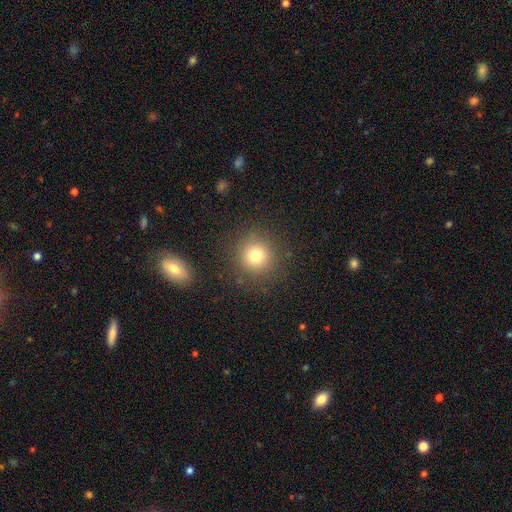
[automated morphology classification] Q: Smooth or featured?
A: smooth (76%); runner-up: star or artifact (15%)
Q: How rounded?
A: round (93%); runner-up: in between (6%)
Q: Merging?
A: none (87%); runner-up: minor disturbance (7%)